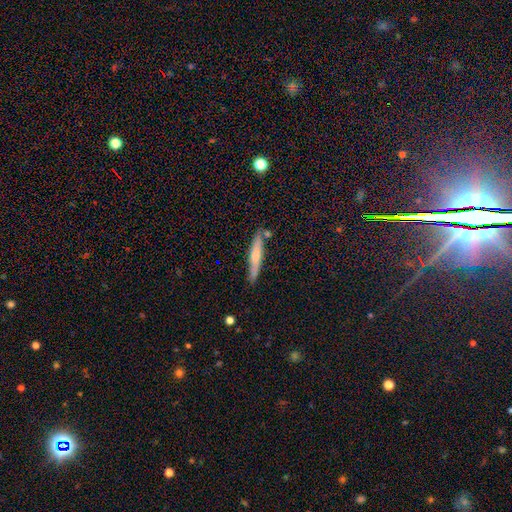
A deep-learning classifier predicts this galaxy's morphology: smooth 56%, featured or disk 38%, star or artifact 6%. Down the decision tree: how rounded — cigar-shaped (92%); merging — none (79%).